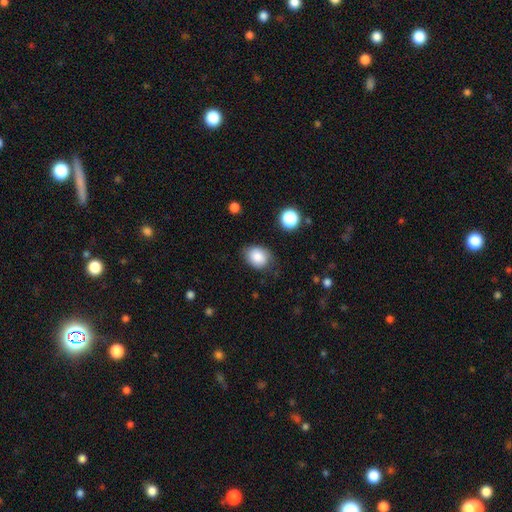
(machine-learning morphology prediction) A smooth galaxy with no disk features (84%) that is in between round and cigar-shaped (59%). Merging: none (73%).